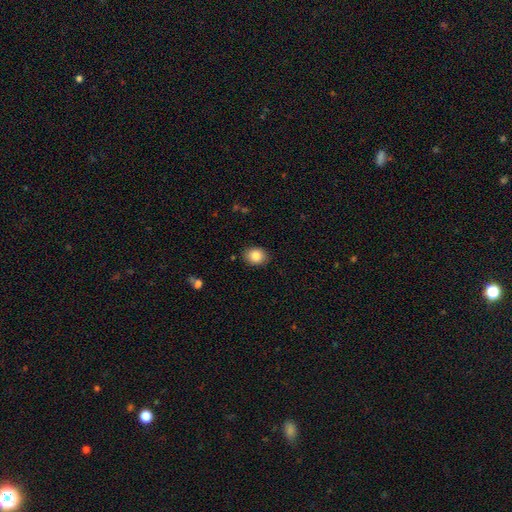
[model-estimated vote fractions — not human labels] A smooth galaxy with no disk features (85%) that is round (55%).

Vote fractions:
- Smooth or featured? smooth: 85% / star or artifact: 9% / featured or disk: 7%
- How rounded? round: 55% / in between: 44% / cigar-shaped: 1%
- Merging? none: 88% / minor disturbance: 9% / major disturbance: 2% / merger: 1%